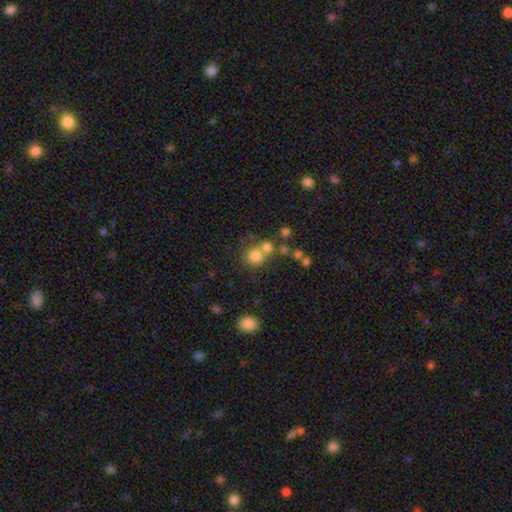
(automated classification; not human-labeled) The model was most divided on "merging": none: 49%, merger: 38%, minor disturbance: 9%, major disturbance: 4%. More confident: how rounded — round (84%); smooth or featured — smooth (74%).